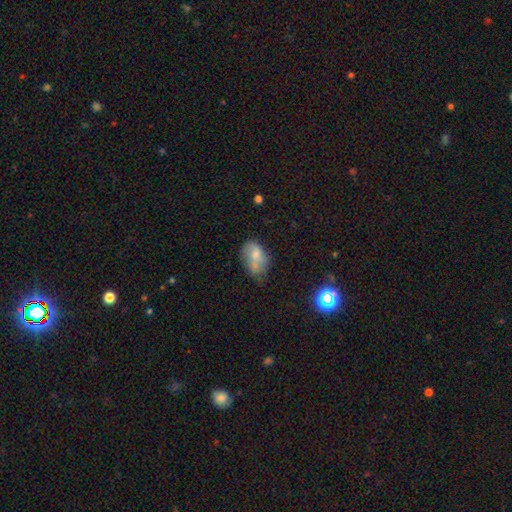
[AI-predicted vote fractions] A smooth galaxy with no disk features (65%) that is in between round and cigar-shaped (83%). Merging: none (34%).